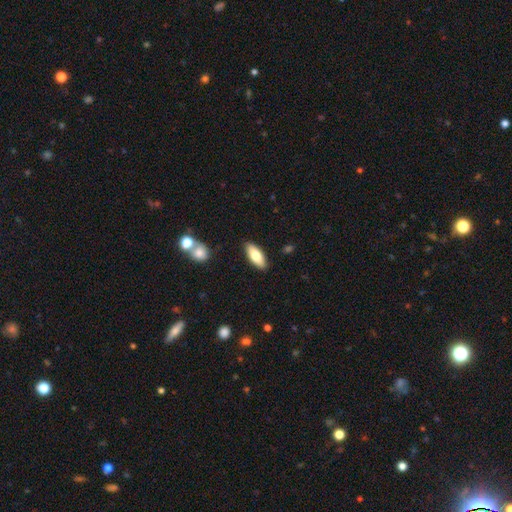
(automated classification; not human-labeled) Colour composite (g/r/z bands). It shows a smooth galaxy with no disk features (75%) that is in between round and cigar-shaped (80%). Merging: none (88%).